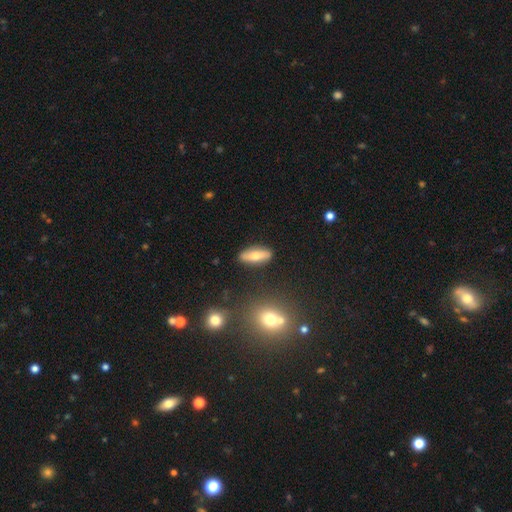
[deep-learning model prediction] This appears to be a smooth galaxy with no disk features (61%) that is in between round and cigar-shaped (55%). Merging: none (87%).